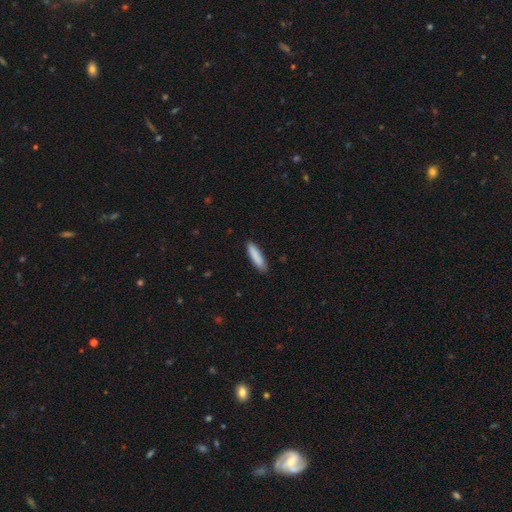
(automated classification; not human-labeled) Smooth or featured?
  - smooth: 88% *
  - featured or disk: 6%
  - star or artifact: 6%
How rounded?
  - cigar-shaped: 74% *
  - in between: 25%
  - round: 1%
Merging?
  - none: 86% *
  - minor disturbance: 11%
  - major disturbance: 2%
  - merger: 1%